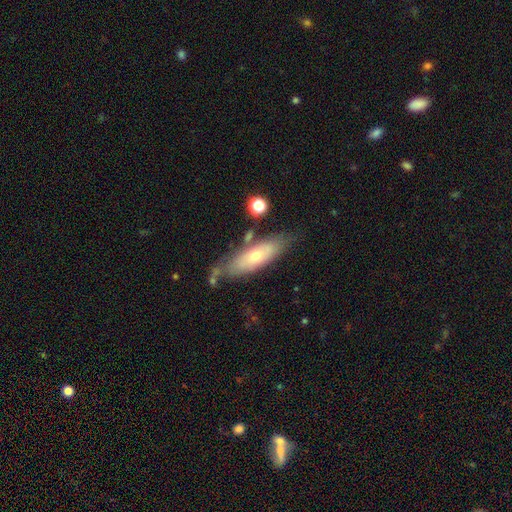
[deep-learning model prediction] Smooth or featured? smooth (52%)
How rounded? in between (54%)
Merging? none (67%)